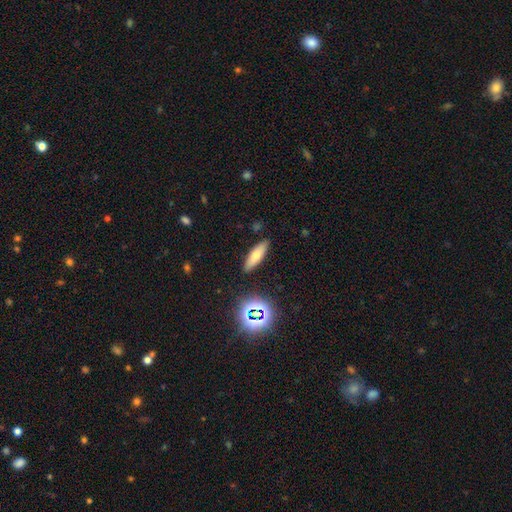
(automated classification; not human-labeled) The model was most divided on "how rounded": cigar-shaped: 50%, in between: 46%, round: 3%. More confident: merging — none (88%); smooth or featured — smooth (70%).